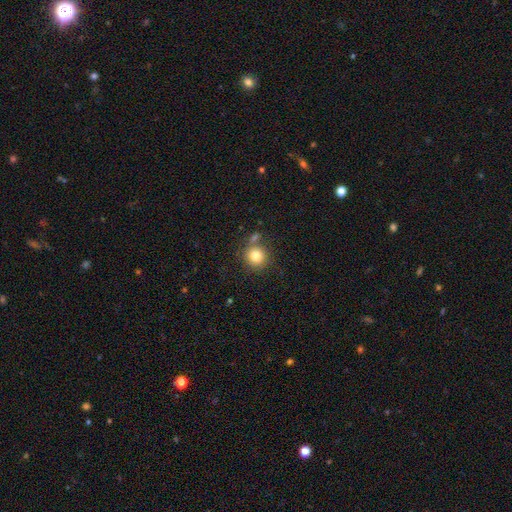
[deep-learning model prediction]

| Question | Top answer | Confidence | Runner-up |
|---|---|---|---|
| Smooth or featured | smooth | 80% | star or artifact (11%) |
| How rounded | round | 90% | in between (9%) |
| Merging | none | 70% | merger (15%) |